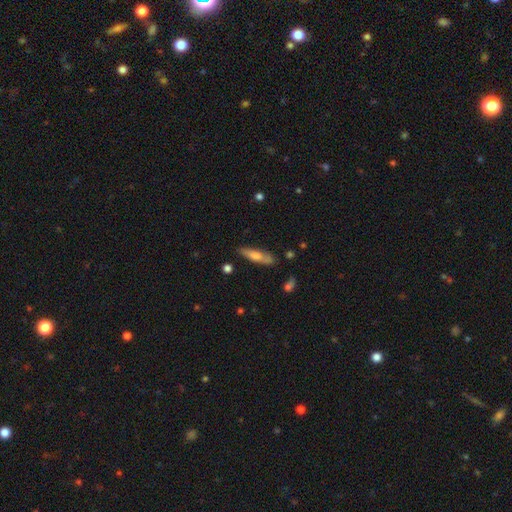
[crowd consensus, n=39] Smooth or featured? smooth (49%, tied with featured or disk)
How rounded? cigar-shaped (74%)
Merging? none (71%)